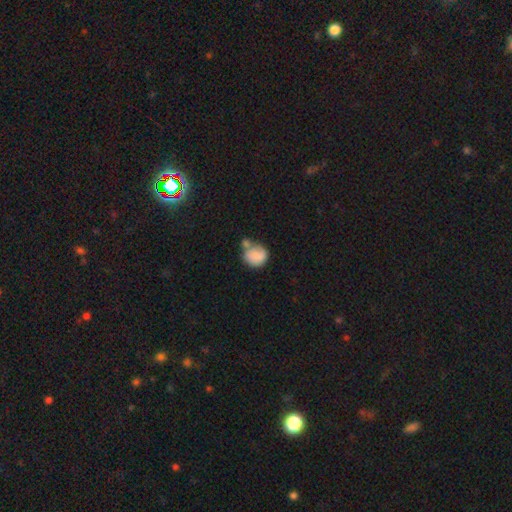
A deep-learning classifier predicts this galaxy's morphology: Smooth or featured? smooth (83%)
How rounded? round (71%)
Merging? merger (37%)